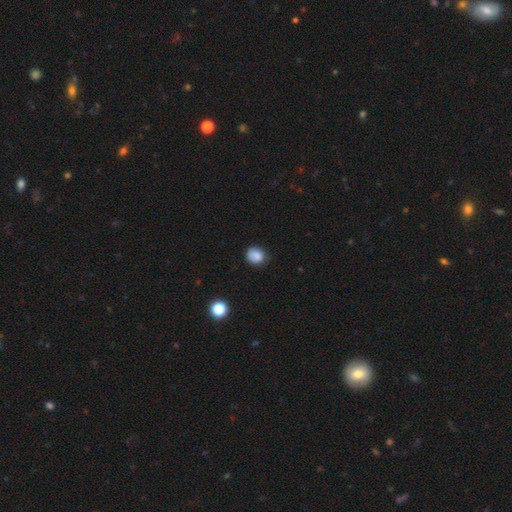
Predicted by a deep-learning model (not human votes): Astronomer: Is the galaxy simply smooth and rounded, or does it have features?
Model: smooth — 85%.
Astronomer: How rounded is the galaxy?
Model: round — 71%.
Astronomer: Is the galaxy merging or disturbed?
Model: none — 73%.